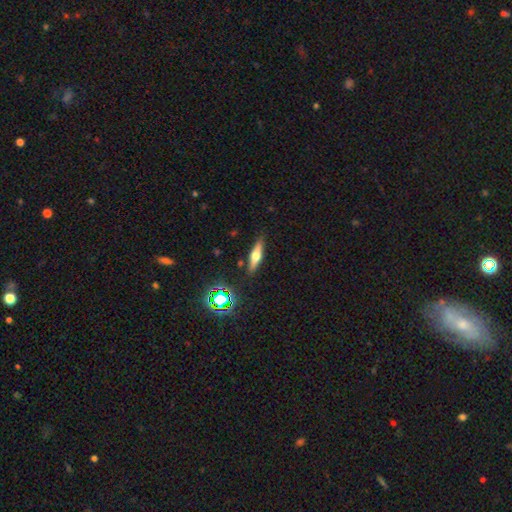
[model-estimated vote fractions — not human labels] This appears to be a featured or disk galaxy (53%) viewed edge-on (93%). Merging: none (87%).